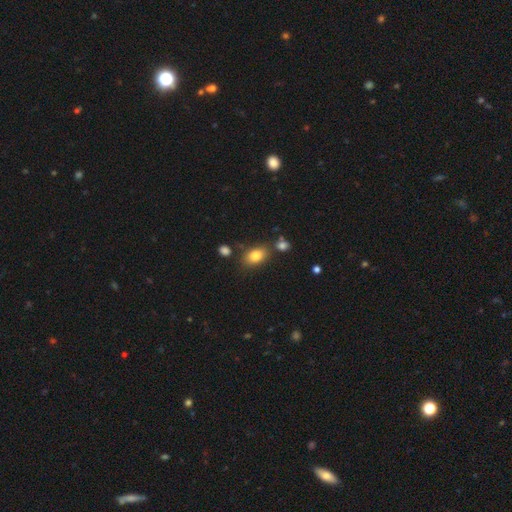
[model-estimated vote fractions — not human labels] Smooth or featured? Predicted: smooth (p=0.82). How rounded? Predicted: in between (p=0.82). Merging? Predicted: none (p=0.74).